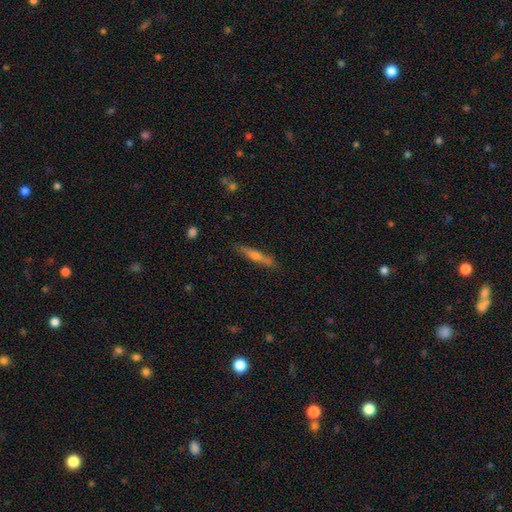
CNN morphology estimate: Overall: featured or disk (60%; smooth 31%). Edge-on disk: yes (96%). Edge-on bulge: rounded (76%). Merging: none (88%).